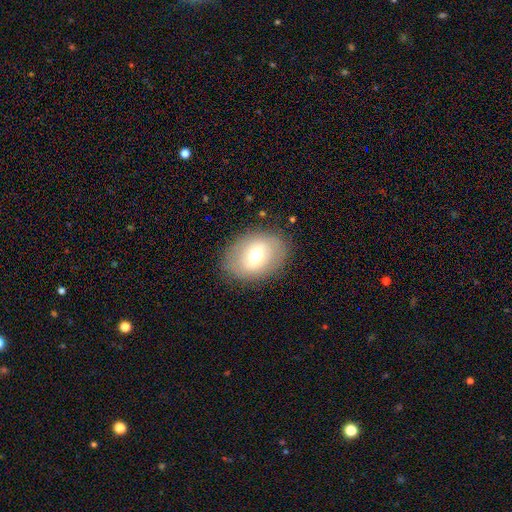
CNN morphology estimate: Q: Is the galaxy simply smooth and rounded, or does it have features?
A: smooth — 56%.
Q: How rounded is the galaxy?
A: in between — 70%.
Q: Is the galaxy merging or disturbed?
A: none — 83%.